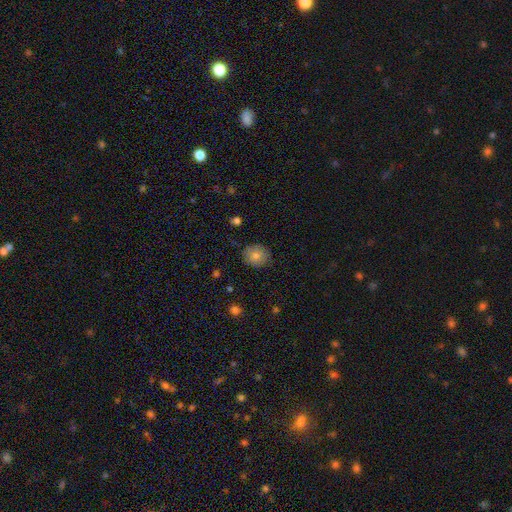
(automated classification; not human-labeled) Smooth or featured? smooth (80%)
How rounded? round (79%)
Merging? none (84%)